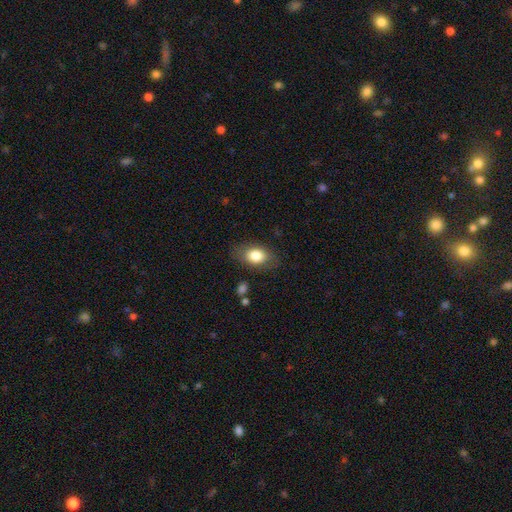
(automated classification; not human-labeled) This is clearly a smooth galaxy (81%). How rounded: clearly in between (82%). Merging: likely none (79%).